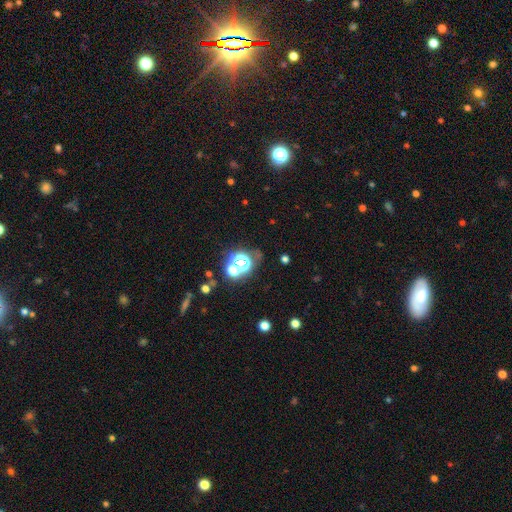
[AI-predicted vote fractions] A star or artifact, not a galaxy (62%).

Vote fractions:
- Smooth or featured? star or artifact: 62% / smooth: 28% / featured or disk: 11%